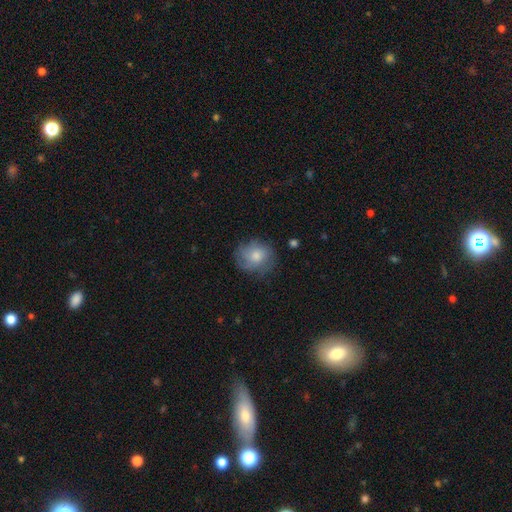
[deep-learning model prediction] This appears to be a smooth galaxy with no disk features (64%) that is round (81%). Merging: none (72%).